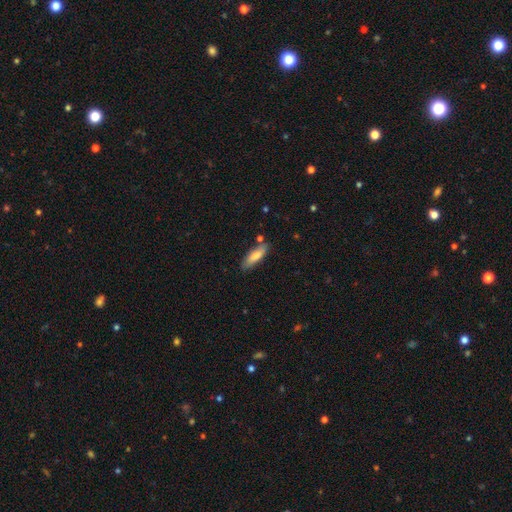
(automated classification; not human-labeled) Smooth or featured?
  - smooth: 78% *
  - featured or disk: 16%
  - star or artifact: 6%
How rounded?
  - cigar-shaped: 53% *
  - in between: 45%
  - round: 2%
Merging?
  - none: 79% *
  - minor disturbance: 14%
  - merger: 5%
  - major disturbance: 3%